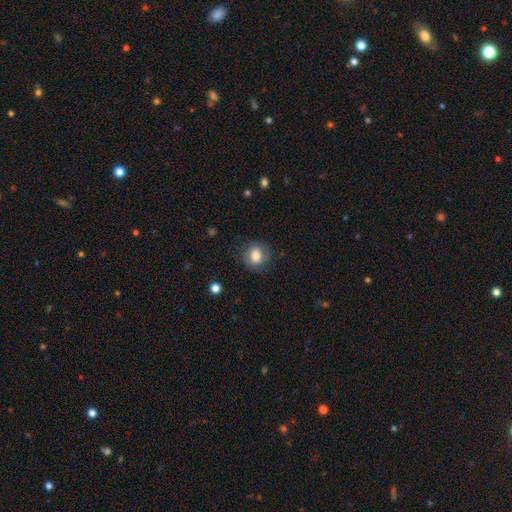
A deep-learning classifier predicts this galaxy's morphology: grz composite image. It shows a smooth galaxy with no disk features (76%) that is round (74%). Merging: none (79%).